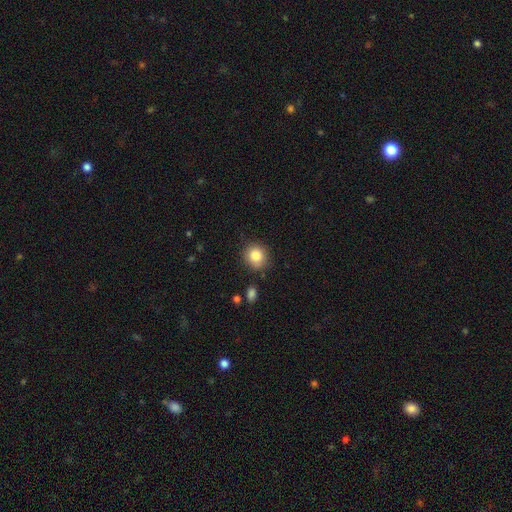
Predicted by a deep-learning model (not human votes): This is clearly a smooth galaxy (85%). How rounded: clearly round (84%). Merging: clearly none (82%).